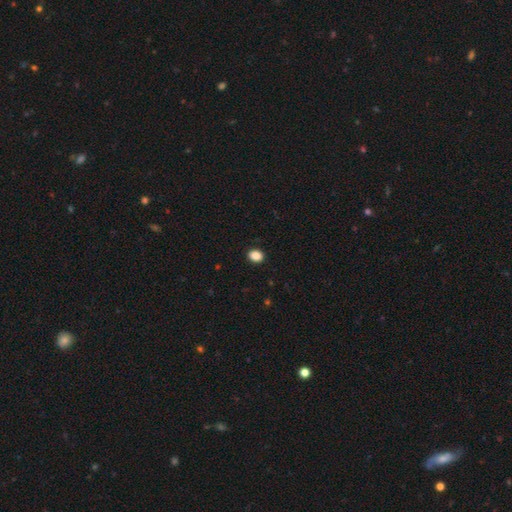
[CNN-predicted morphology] smooth-or-featured: smooth: 89% | star or artifact: 9% | featured or disk: 3%
  how-rounded: in between: 58% | round: 41% | cigar-shaped: 1%
  merging: none: 91% | minor disturbance: 6% | major disturbance: 2% | merger: 1%